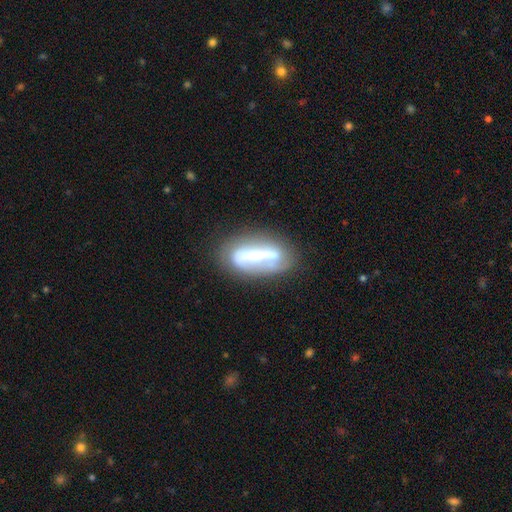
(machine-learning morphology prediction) Smooth or featured: featured or disk — 60% (smooth — 32%)
Edge-on disk: no — 78% (yes — 22%)
Merging: none — 57% (minor disturbance — 22%)